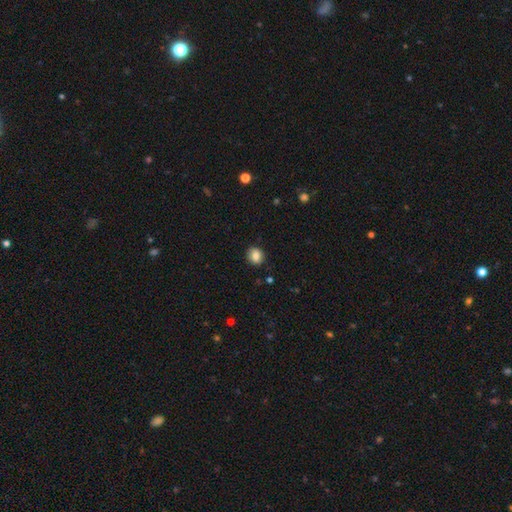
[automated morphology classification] A smooth galaxy with no disk features (83%) that is round (70%).

Vote fractions:
- Smooth or featured? smooth: 83% / star or artifact: 9% / featured or disk: 8%
- How rounded? round: 70% / in between: 29% / cigar-shaped: 1%
- Merging? none: 87% / minor disturbance: 9% / major disturbance: 2% / merger: 1%